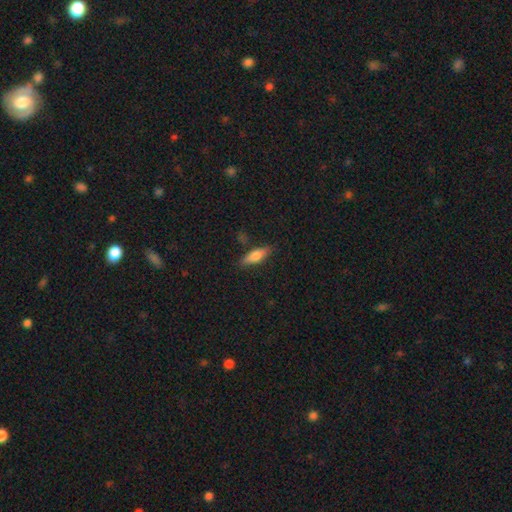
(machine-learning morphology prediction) A smooth galaxy with no disk features (69%) that is in between round and cigar-shaped (52%). Merging: none (80%).